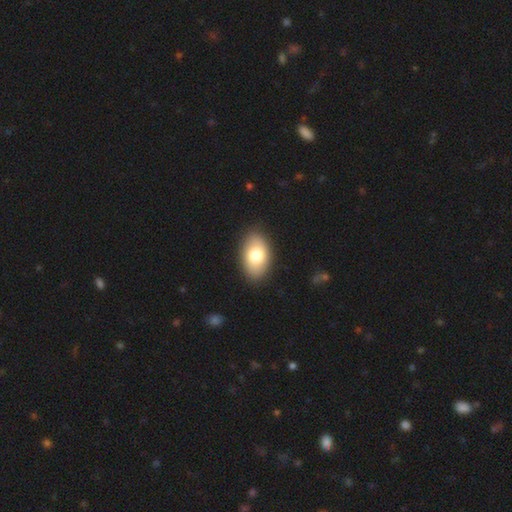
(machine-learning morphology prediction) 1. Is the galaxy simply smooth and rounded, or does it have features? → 77% smooth, 16% featured or disk, 7% star or artifact.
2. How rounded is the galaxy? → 92% in between, 7% round, 2% cigar-shaped.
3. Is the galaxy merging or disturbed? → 89% none, 8% minor disturbance, 2% major disturbance, 1% merger.